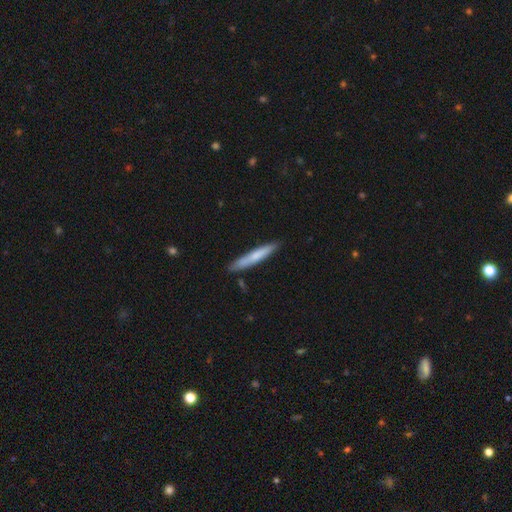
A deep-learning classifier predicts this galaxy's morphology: Smooth or featured? Predicted: smooth (p=0.68). How rounded? Predicted: cigar-shaped (p=0.95). Merging? Predicted: none (p=0.86).